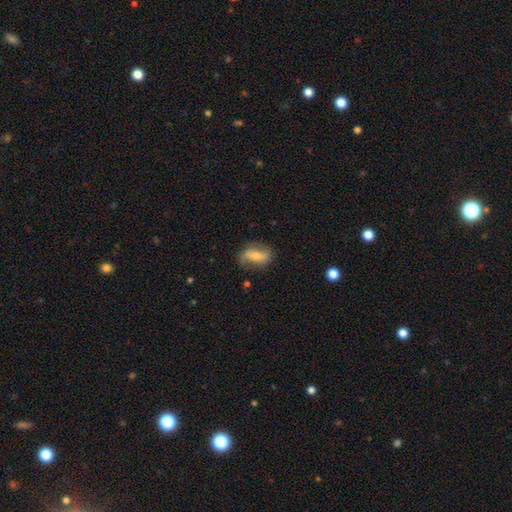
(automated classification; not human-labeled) featured or disk 59%, smooth 34%, star or artifact 8%. Down the decision tree: edge-on disk — no (90%); bar — strong (39%); spiral arms — yes (82%); bulge size — small (49%); merging — none (67%).